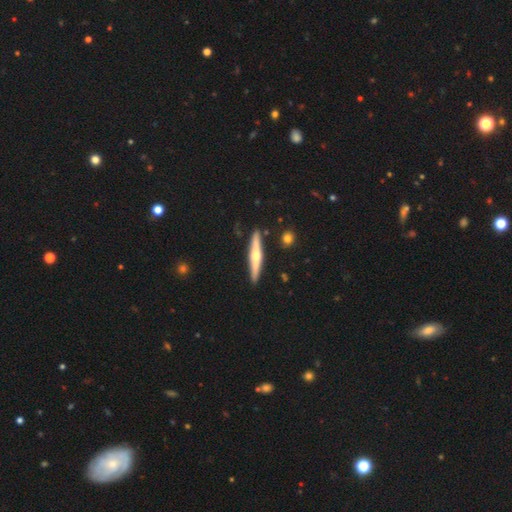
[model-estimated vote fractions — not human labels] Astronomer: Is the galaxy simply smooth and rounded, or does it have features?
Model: featured or disk — 62%.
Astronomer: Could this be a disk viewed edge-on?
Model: yes — 96%.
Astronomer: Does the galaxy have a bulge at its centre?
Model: rounded — 88%.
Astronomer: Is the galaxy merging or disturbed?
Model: none — 90%.